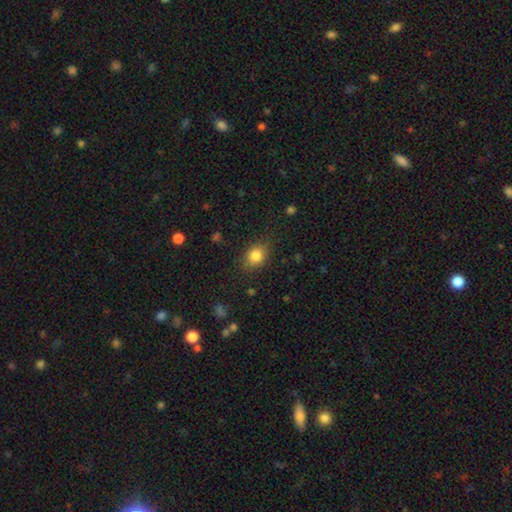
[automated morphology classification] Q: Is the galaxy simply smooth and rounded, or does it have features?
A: smooth — 83%.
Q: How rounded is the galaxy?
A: round — 51%.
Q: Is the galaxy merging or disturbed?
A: none — 81%.